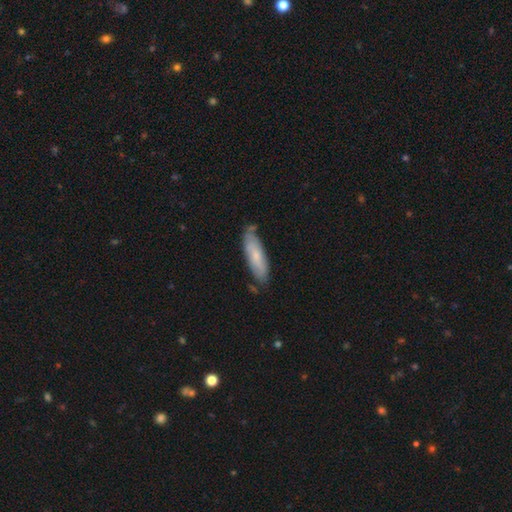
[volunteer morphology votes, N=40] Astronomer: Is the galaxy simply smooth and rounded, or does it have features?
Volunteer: smooth — 60%.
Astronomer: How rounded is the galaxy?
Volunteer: cigar-shaped — 58% (runner-up: in between, 42%).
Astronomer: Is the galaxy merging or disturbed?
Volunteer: none — 76%.